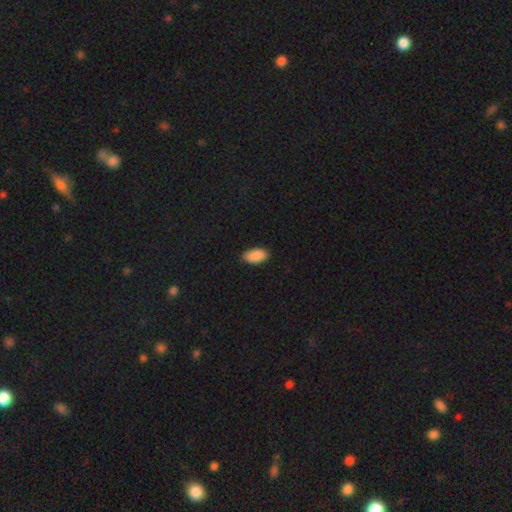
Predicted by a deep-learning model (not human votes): smooth_or_featured: smooth (p=0.90) [alt: star or artifact p=0.06]
how_rounded: in between (p=0.94) [alt: cigar-shaped p=0.04]
merging: none (p=0.87) [alt: minor disturbance p=0.10]